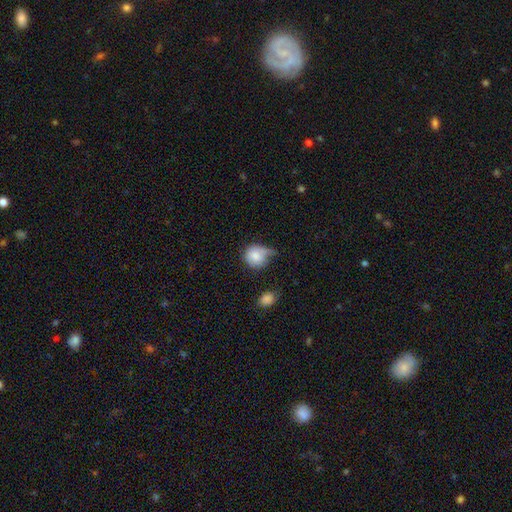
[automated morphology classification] This appears to be a smooth galaxy with no disk features (80%) that is round (80%). Merging: minor disturbance (36%).